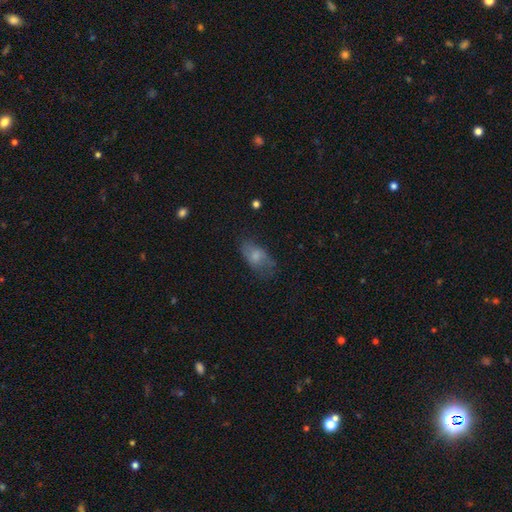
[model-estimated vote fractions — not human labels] The model was most divided on "merging": none: 58%, minor disturbance: 26%, major disturbance: 14%, merger: 2%. More confident: how rounded — in between (89%); smooth or featured — smooth (63%).